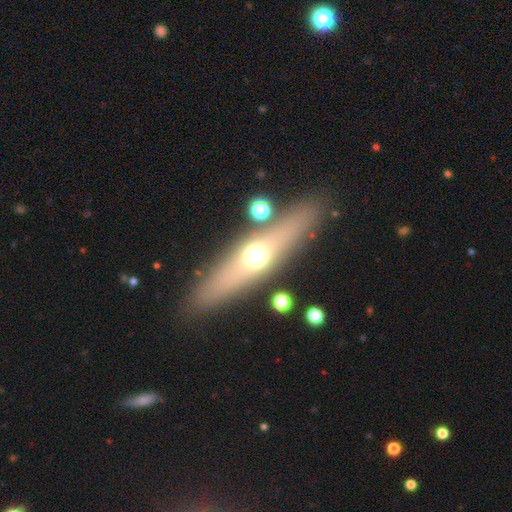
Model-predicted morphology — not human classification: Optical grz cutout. It shows a smooth galaxy with no disk features (46%). Merging: none (85%).